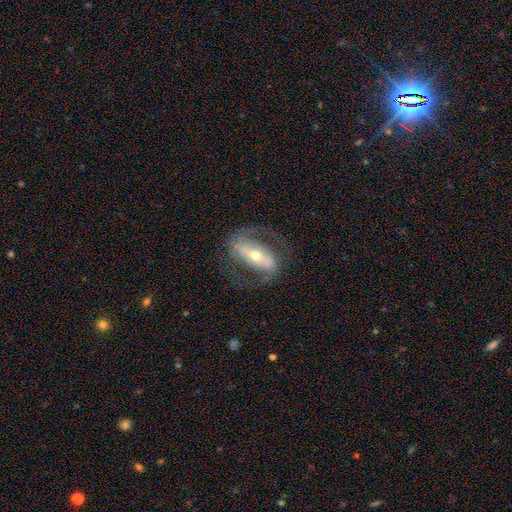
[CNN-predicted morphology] featured or disk 81%, smooth 14%, star or artifact 6%. Down the decision tree: edge-on disk — no (91%); bar — strong (58%); spiral arms — yes (85%); spiral arm count — 2 (88%); spiral winding — medium (50%); bulge size — moderate (50%); merging — none (72%).